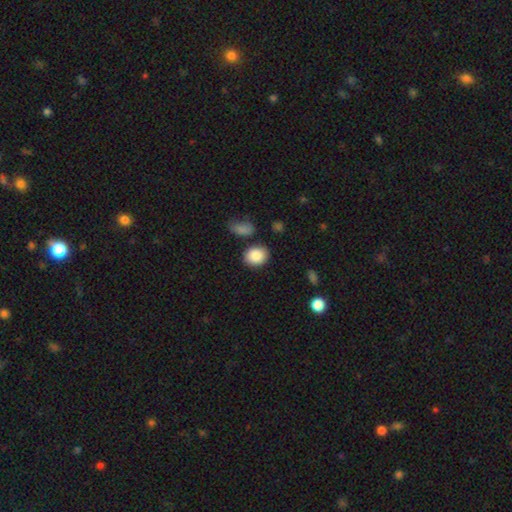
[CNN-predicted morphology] This is clearly a smooth galaxy (88%). How rounded: possibly round (50%). Merging: likely none (79%).